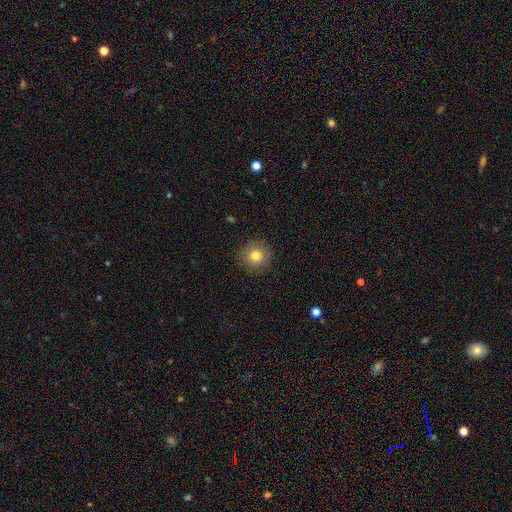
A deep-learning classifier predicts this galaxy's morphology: Smooth or featured? Predicted: smooth (p=0.79). How rounded? Predicted: round (p=0.94). Merging? Predicted: none (p=0.90).